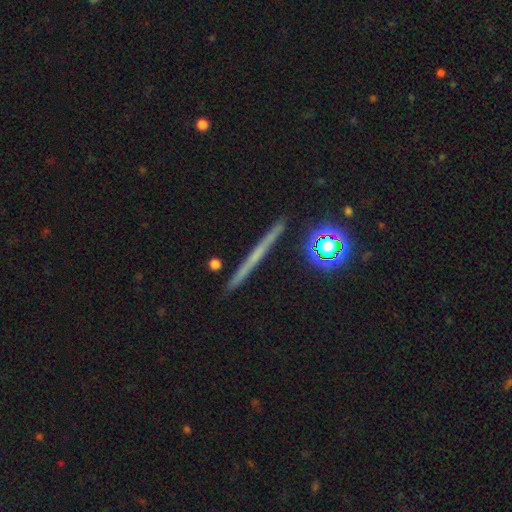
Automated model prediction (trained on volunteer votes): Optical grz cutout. It shows a featured or disk galaxy (52%) viewed edge-on (96%). Merging: none (90%).